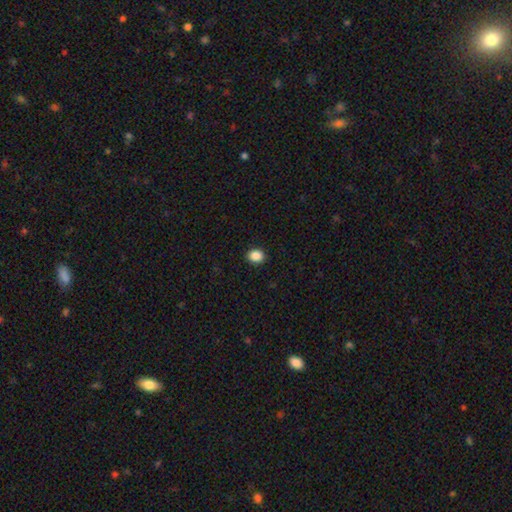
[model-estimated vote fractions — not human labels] smooth 88%, star or artifact 9%, featured or disk 3%. Down the decision tree: how rounded — round (60%); merging — none (91%).